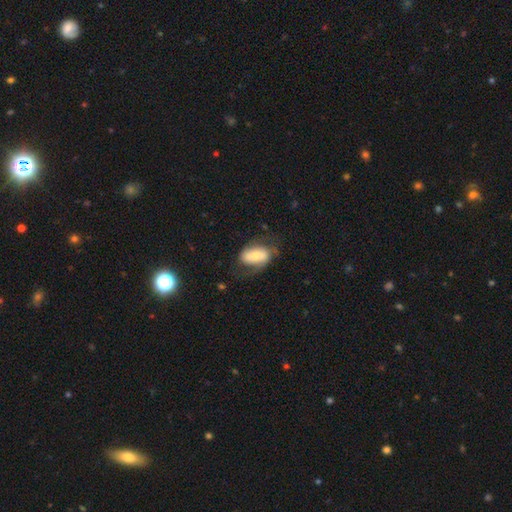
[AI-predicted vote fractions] smooth 55%, featured or disk 38%, star or artifact 7%. Down the decision tree: how rounded — in between (90%); merging — none (54%).